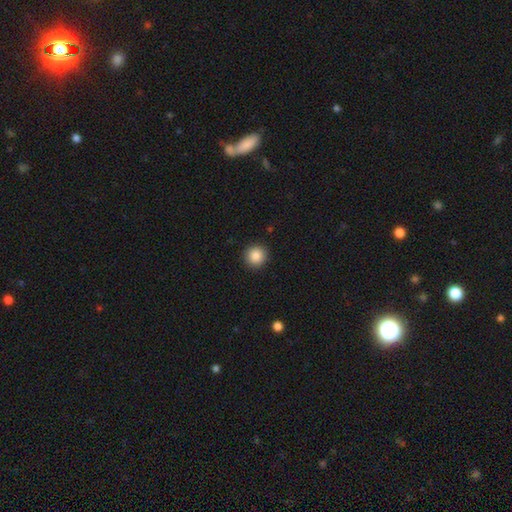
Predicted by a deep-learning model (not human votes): Overall: smooth (87%). How rounded: round (94%). Merging: none (92%).